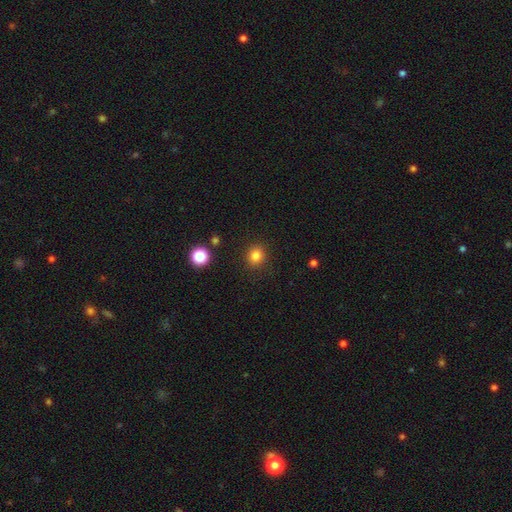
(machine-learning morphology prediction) The model was most divided on "how rounded": round: 82%, in between: 17%, cigar-shaped: 1%. More confident: merging — none (89%); smooth or featured — smooth (82%).